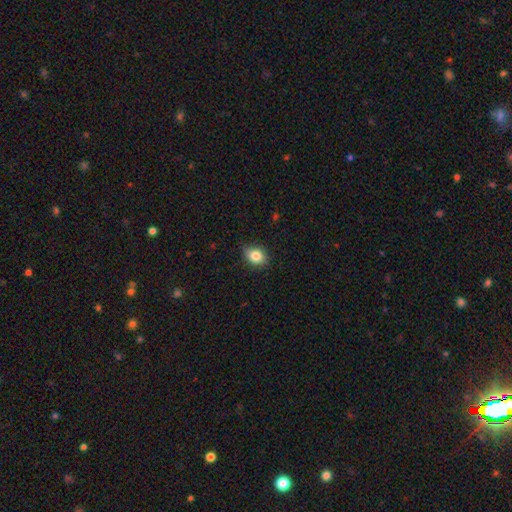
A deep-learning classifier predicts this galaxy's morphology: This is clearly a smooth galaxy (82%). How rounded: possibly in between (54%). Merging: likely none (77%).